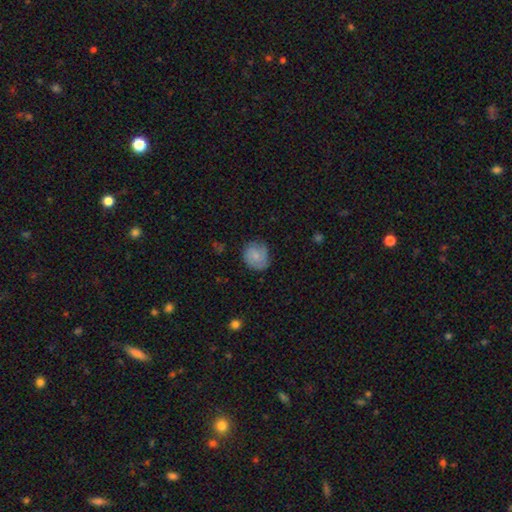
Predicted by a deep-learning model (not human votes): This is likely a smooth galaxy (63%). How rounded: likely round (70%). Merging: likely none (68%).